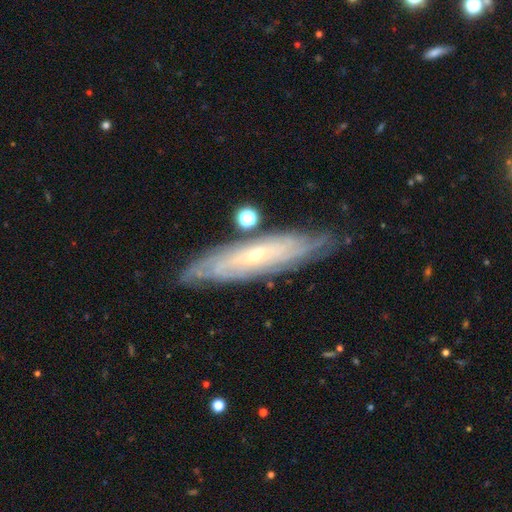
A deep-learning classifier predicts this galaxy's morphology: featured or disk 80%, smooth 14%, star or artifact 6%. Down the decision tree: edge-on disk — no (68%); bar — no (72%); spiral arms — yes (89%); bulge size — small (80%); merging — none (80%).